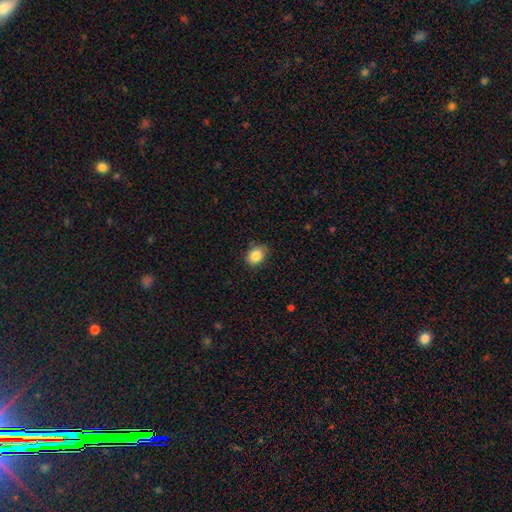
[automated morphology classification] A smooth galaxy with no disk features (86%) that is in between round and cigar-shaped (62%).

Vote fractions:
- Smooth or featured? smooth: 86% / star or artifact: 9% / featured or disk: 6%
- How rounded? in between: 62% / round: 37% / cigar-shaped: 1%
- Merging? none: 81% / minor disturbance: 15% / major disturbance: 3% / merger: 1%